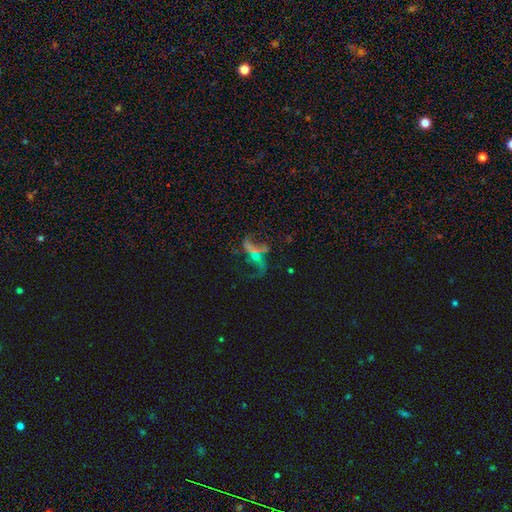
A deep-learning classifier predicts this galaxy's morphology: Smooth or featured?
  - featured or disk: 61% *
  - star or artifact: 21%
  - smooth: 18%
Edge-on disk?
  - no: 92% *
  - yes: 8%
Bar?
  - no: 57% *
  - weak: 27%
  - strong: 16%
Spiral arms?
  - yes: 61% *
  - no: 39%
Bulge size?
  - small: 46% *
  - none: 30%
  - moderate: 19%
  - large: 3%
  - dominant: 2%
Merging?
  - none: 35% * (tied)
  - major disturbance: 35% * (tied)
  - merger: 16%
  - minor disturbance: 14%